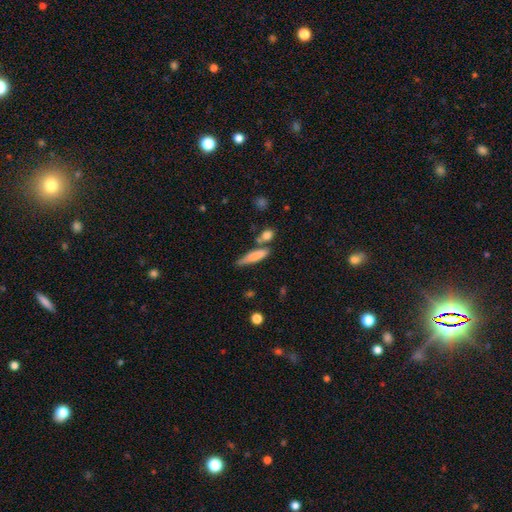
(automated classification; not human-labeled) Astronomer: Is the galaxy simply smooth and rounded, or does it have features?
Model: smooth — 75%.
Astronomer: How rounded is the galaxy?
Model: cigar-shaped — 74%.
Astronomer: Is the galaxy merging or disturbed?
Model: none — 58%.